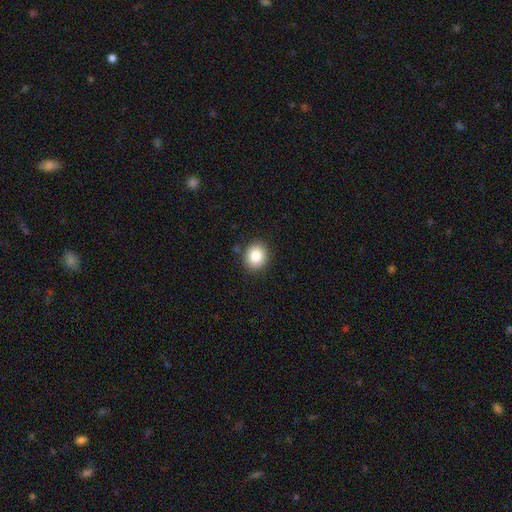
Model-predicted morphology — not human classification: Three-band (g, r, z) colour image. It shows a smooth galaxy with no disk features (85%) that is round (69%). Merging: none (87%).